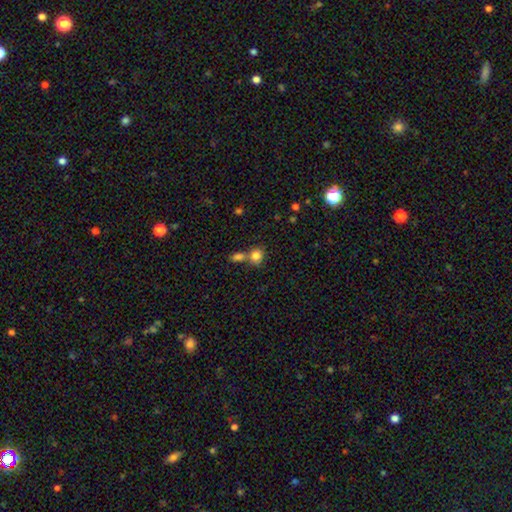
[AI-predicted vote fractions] Morphology: type=smooth (83%); roundness=round (72%); merging=none (46%).